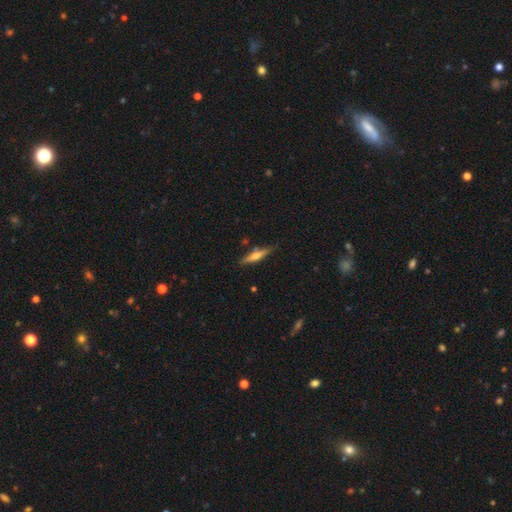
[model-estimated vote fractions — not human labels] Q: Smooth or featured?
A: featured or disk (52%); runner-up: smooth (41%)
Q: Edge-on disk?
A: yes (95%); runner-up: no (5%)
Q: Merging?
A: none (82%); runner-up: minor disturbance (12%)